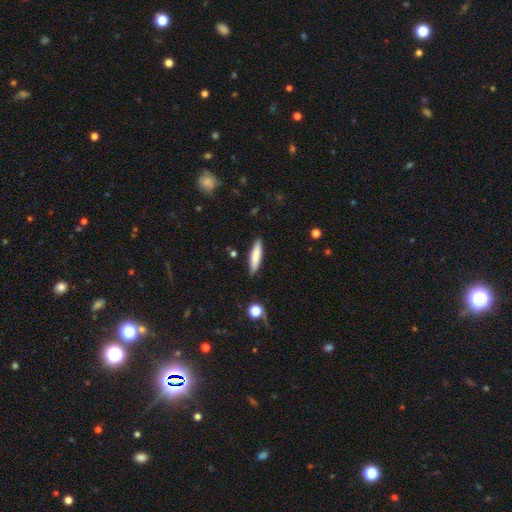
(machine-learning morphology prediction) This is likely a smooth galaxy (77%). How rounded: clearly cigar-shaped (81%). Merging: clearly none (87%).